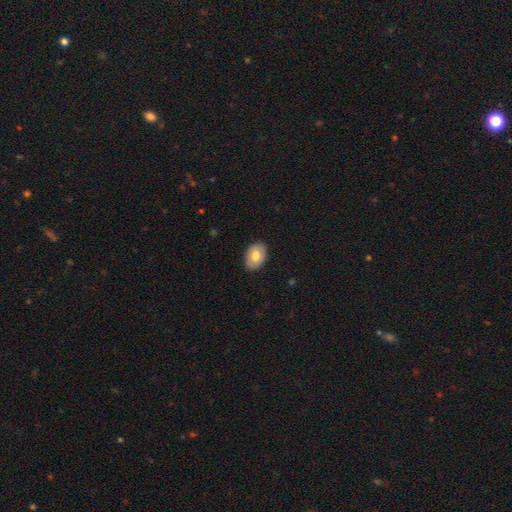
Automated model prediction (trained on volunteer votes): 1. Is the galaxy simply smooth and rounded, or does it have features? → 72% smooth, 22% featured or disk, 6% star or artifact.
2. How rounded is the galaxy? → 82% in between, 17% round, 1% cigar-shaped.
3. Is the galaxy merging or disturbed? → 87% none, 10% minor disturbance, 2% major disturbance, 1% merger.